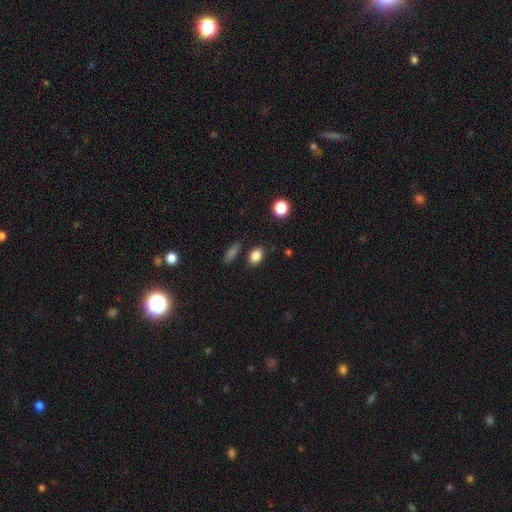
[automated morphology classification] A smooth galaxy with no disk features (84%) that is in between round and cigar-shaped (71%). Merging: none (82%).